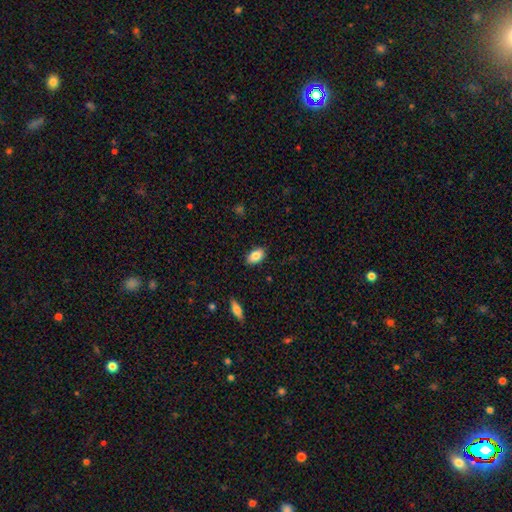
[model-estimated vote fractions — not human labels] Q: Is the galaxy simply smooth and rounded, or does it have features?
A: smooth — 84%.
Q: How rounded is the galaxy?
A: in between — 92%.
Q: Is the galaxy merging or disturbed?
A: none — 87%.